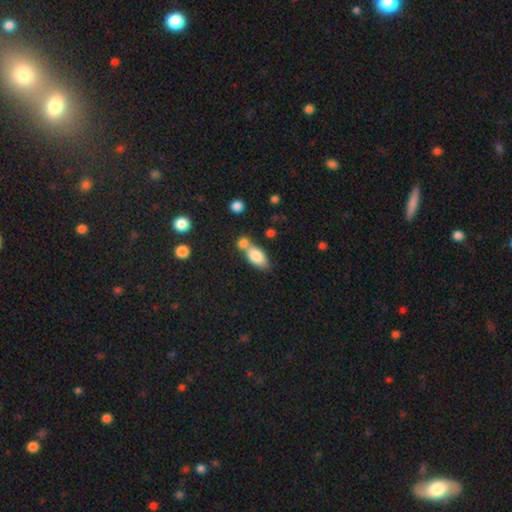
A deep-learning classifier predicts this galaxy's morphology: Q: Smooth or featured?
A: smooth (80%); runner-up: featured or disk (12%)
Q: How rounded?
A: in between (86%); runner-up: cigar-shaped (9%)
Q: Merging?
A: merger (42%); runner-up: none (41%)